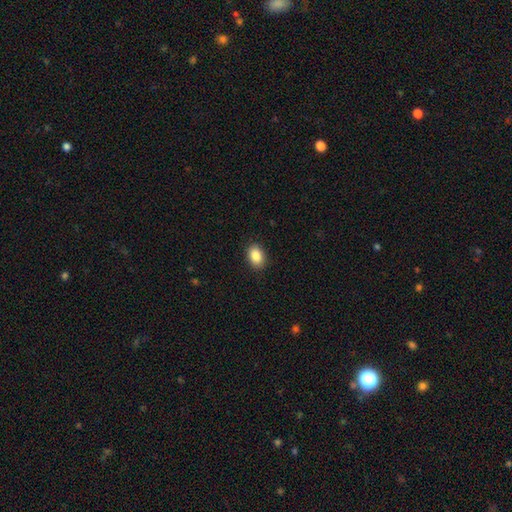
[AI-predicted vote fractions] Q: Smooth or featured?
A: smooth (87%); runner-up: star or artifact (8%)
Q: How rounded?
A: in between (81%); runner-up: round (18%)
Q: Merging?
A: none (89%); runner-up: minor disturbance (8%)